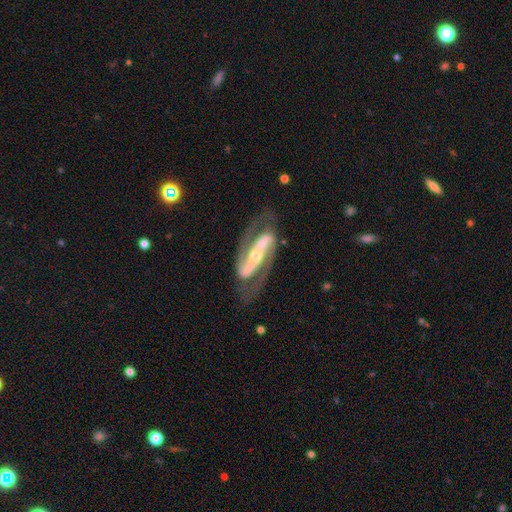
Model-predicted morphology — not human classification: Smooth or featured? Predicted: featured or disk (p=0.91). Edge-on disk? Predicted: no (p=0.93). Bar? Predicted: strong (p=0.73). Spiral arms? Predicted: yes (p=0.96). Spiral winding? Predicted: medium (p=0.53). Spiral arm count? Predicted: 2 (p=0.93). Bulge size? Predicted: small (p=0.47). Merging? Predicted: none (p=0.79).